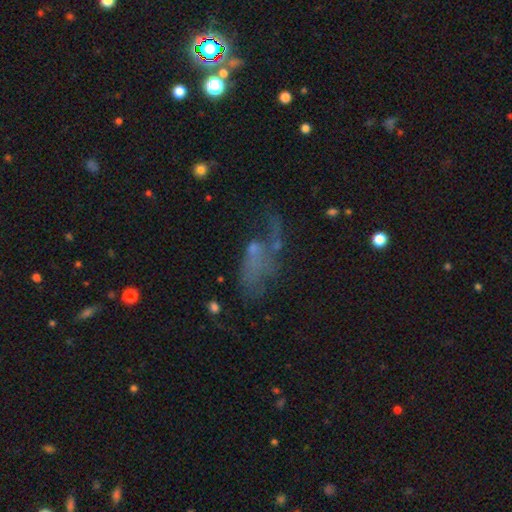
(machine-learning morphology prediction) A featured or disk galaxy (40%). Merging: major disturbance (42%).